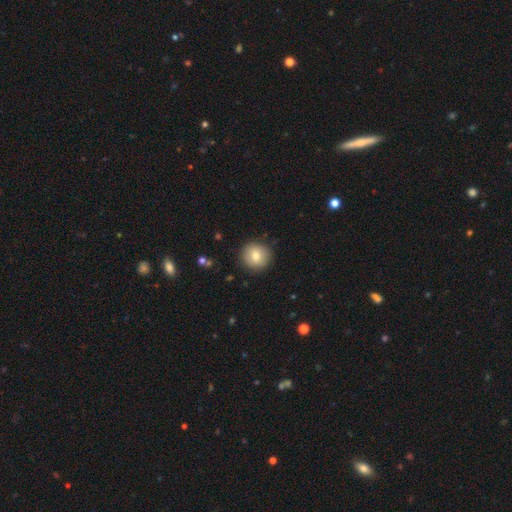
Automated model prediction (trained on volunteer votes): Smooth or featured: smooth — 78% (featured or disk — 13%)
How rounded: round — 94% (in between — 5%)
Merging: none — 90% (minor disturbance — 7%)